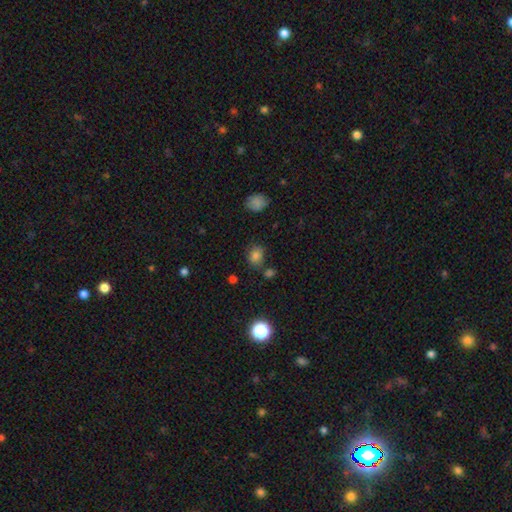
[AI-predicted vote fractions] This appears to be a smooth galaxy with no disk features (77%) that is round (55%). Merging: none (71%).